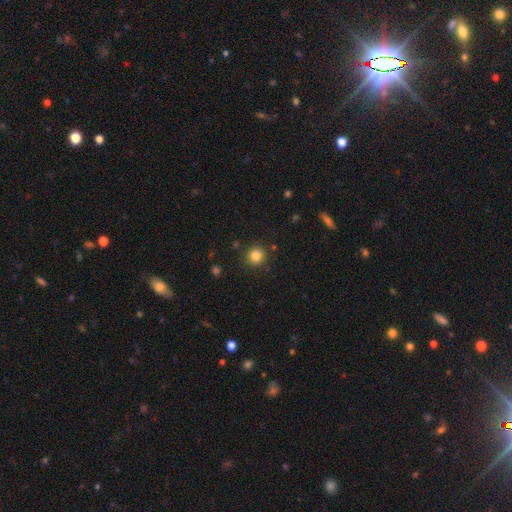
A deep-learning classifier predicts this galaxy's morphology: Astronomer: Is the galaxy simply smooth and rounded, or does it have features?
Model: smooth — 83%.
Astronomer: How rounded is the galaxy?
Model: round — 94%.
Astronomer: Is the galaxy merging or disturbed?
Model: none — 89%.